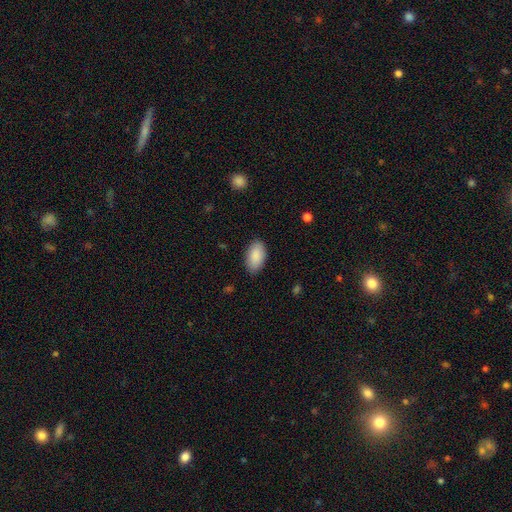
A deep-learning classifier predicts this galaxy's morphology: Smooth or featured? Predicted: smooth (p=0.89). How rounded? Predicted: in between (p=0.95). Merging? Predicted: none (p=0.87).